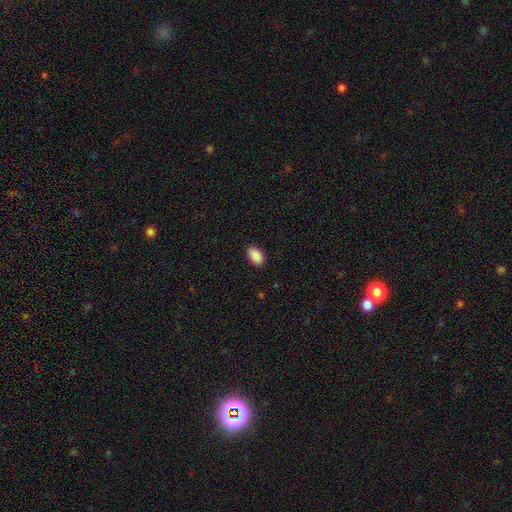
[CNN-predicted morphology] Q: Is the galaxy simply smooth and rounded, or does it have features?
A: smooth — 90%.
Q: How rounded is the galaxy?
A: in between — 93%.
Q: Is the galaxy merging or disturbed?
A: none — 87%.